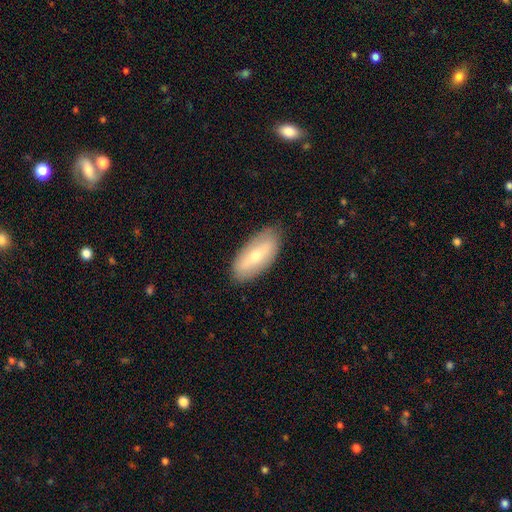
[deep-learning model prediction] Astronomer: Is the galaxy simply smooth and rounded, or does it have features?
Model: smooth — 48% (runner-up: featured or disk, 46%).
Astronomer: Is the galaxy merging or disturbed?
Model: none — 84%.